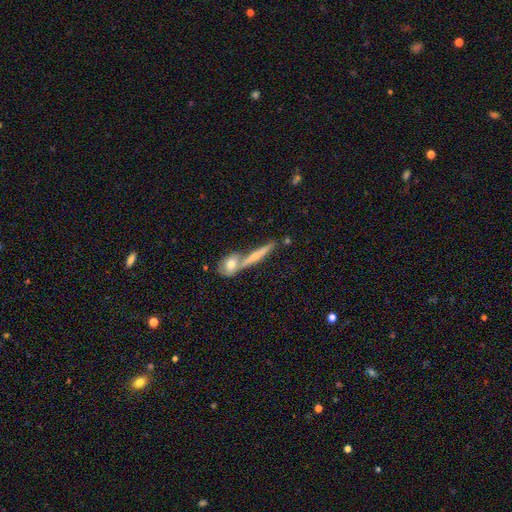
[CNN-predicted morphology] type=smooth (47%); merging=none (55%).